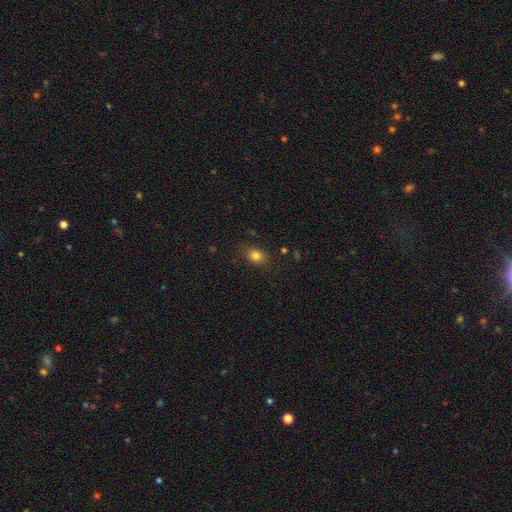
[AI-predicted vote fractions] The model was most divided on "how rounded": in between: 62%, round: 36%, cigar-shaped: 2%. More confident: merging — none (83%); smooth or featured — smooth (81%).